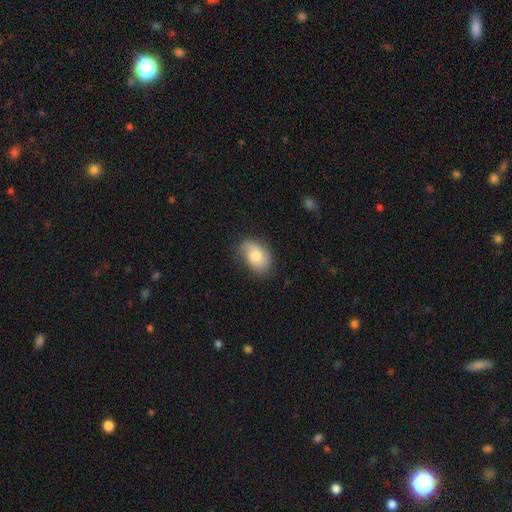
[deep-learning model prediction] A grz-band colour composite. It shows a smooth galaxy with no disk features (68%) that is in between round and cigar-shaped (84%). Merging: none (64%).